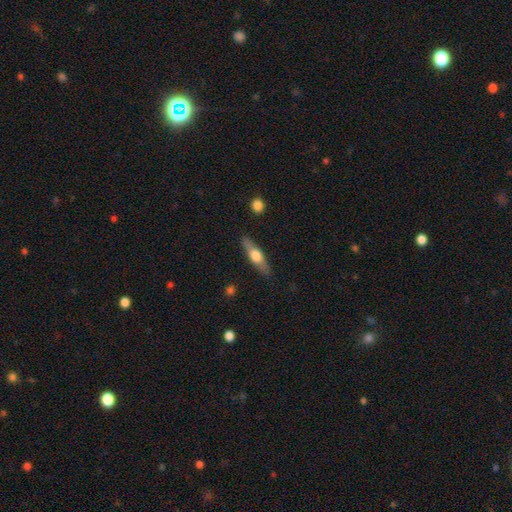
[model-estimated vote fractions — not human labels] The model was most divided on "smooth or featured": featured or disk: 48%, smooth: 47%, star or artifact: 6%. More confident: merging — none (85%).